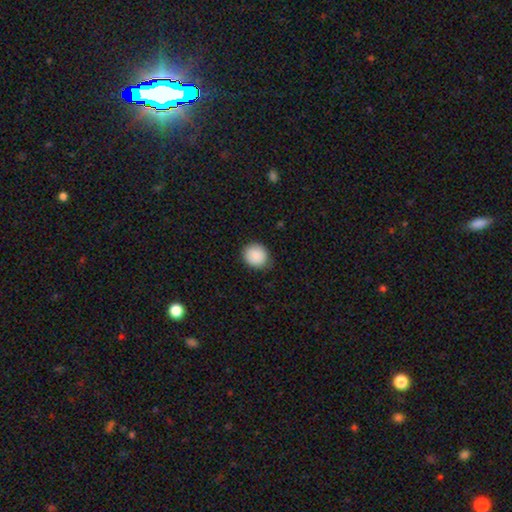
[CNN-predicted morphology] type=smooth (89%); roundness=round (85%); merging=none (81%).